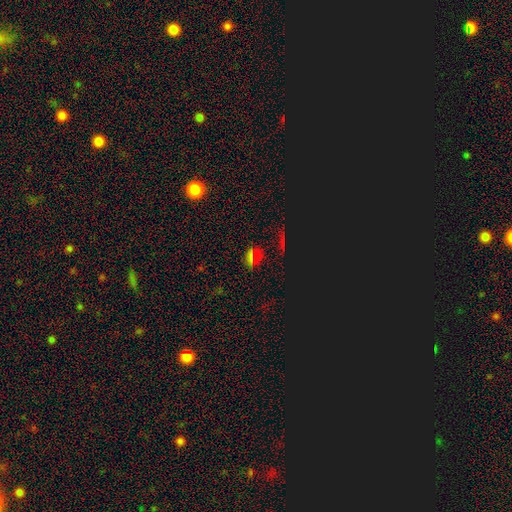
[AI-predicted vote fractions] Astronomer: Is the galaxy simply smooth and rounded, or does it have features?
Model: star or artifact — 60%.